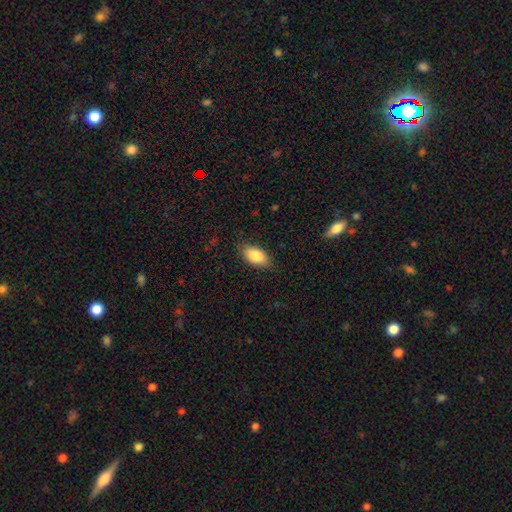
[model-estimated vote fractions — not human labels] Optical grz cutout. It shows a smooth galaxy with no disk features (85%) that is in between round and cigar-shaped (92%). Merging: none (83%).